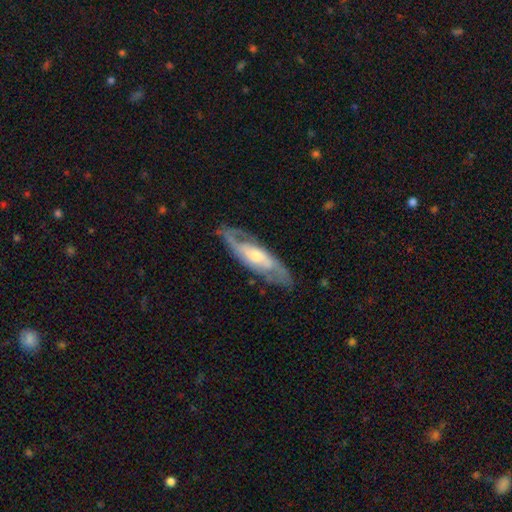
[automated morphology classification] featured or disk 79%, smooth 17%, star or artifact 5%. Down the decision tree: edge-on disk — no (80%); bar — no (48%); spiral arms — yes (89%); spiral arm count — 2 (77%); spiral winding — medium (47%); bulge size — moderate (52%); merging — none (79%).